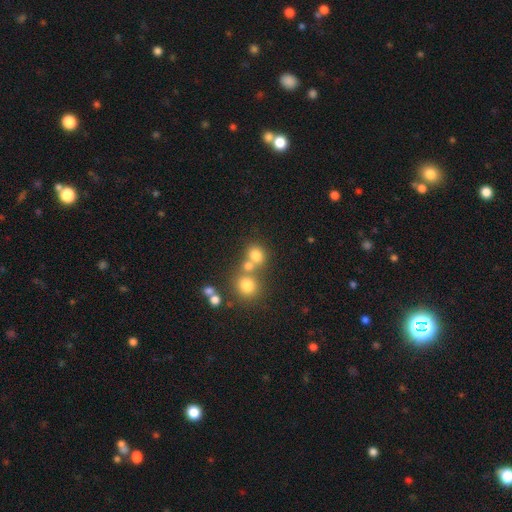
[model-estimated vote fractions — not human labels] Smooth or featured? Predicted: smooth (p=0.75). How rounded? Predicted: round (p=0.75). Merging? Predicted: none (p=0.49).